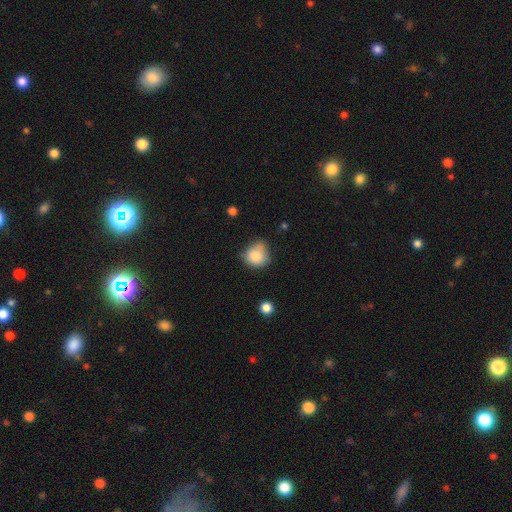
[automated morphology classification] Smooth or featured?
  - smooth: 82% *
  - star or artifact: 9%
  - featured or disk: 9%
How rounded?
  - round: 73% *
  - in between: 26%
  - cigar-shaped: 1%
Merging?
  - none: 47% *
  - minor disturbance: 36%
  - major disturbance: 9%
  - merger: 8%